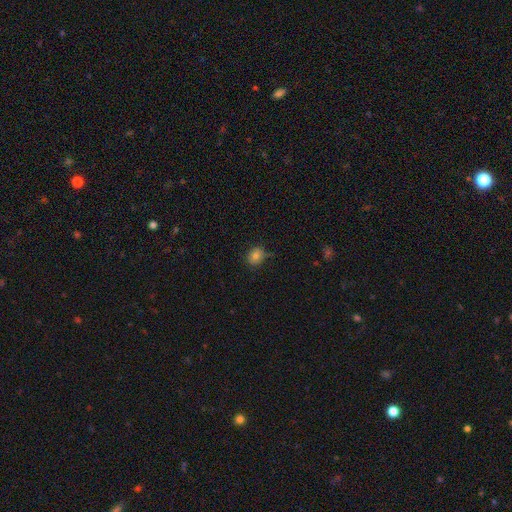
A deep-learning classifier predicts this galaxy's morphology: This is clearly a smooth galaxy (82%). How rounded: likely round (63%). Merging: likely none (74%).